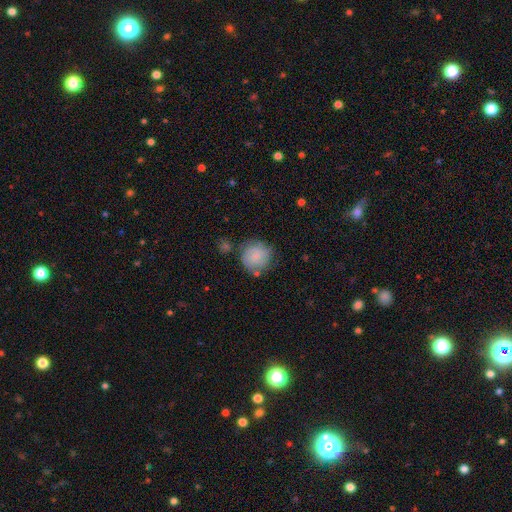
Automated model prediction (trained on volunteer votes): Smooth or featured: smooth — 70% (featured or disk — 22%)
How rounded: round — 89% (in between — 10%)
Merging: none — 65% (minor disturbance — 20%)